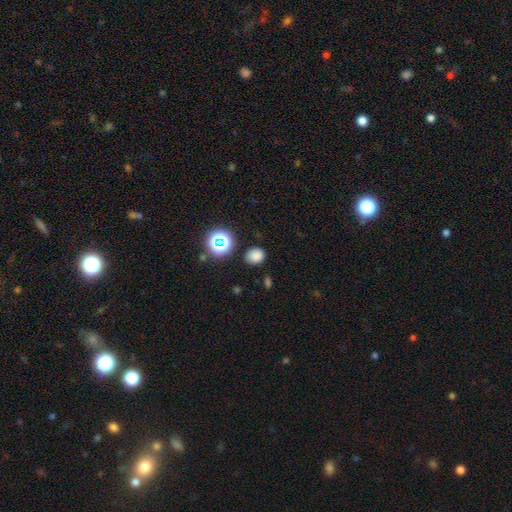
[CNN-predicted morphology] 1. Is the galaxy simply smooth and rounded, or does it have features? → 78% smooth, 18% star or artifact, 5% featured or disk.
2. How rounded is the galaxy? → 67% round, 32% in between, 1% cigar-shaped.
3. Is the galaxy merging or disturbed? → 84% none, 10% minor disturbance, 3% major disturbance, 3% merger.